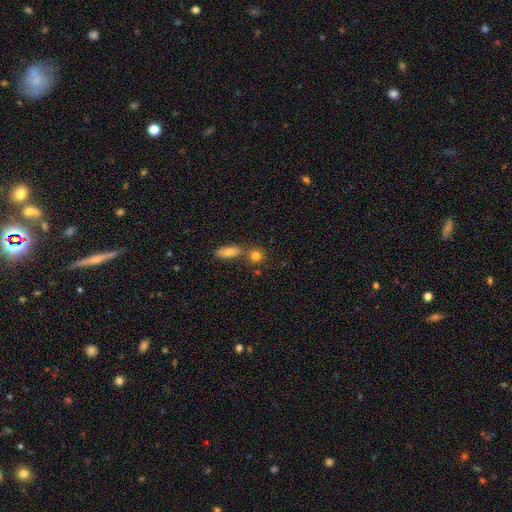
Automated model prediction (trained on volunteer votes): Overall: smooth (80%). How rounded: round (71%). Merging: none (59%; merger 30%).